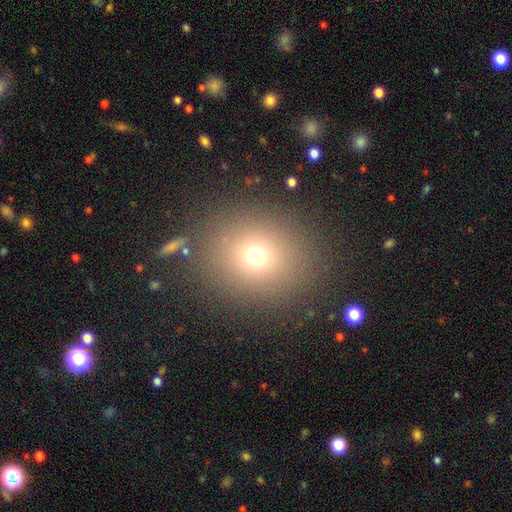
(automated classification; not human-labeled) Overall: smooth (69%). How rounded: round (78%). Merging: none (84%).